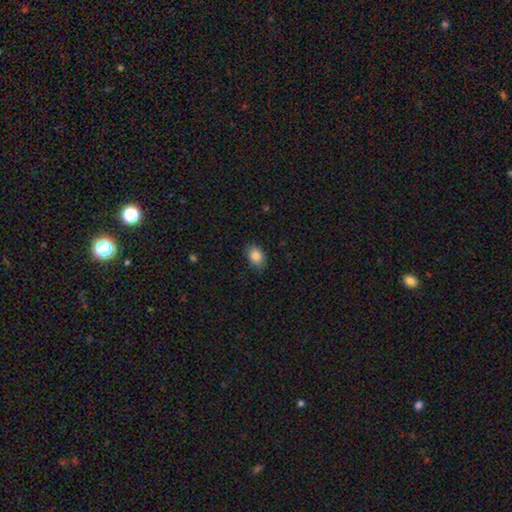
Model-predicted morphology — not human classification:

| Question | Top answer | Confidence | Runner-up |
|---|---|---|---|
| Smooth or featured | smooth | 86% | star or artifact (8%) |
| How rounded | in between | 79% | round (20%) |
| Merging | none | 81% | minor disturbance (15%) |